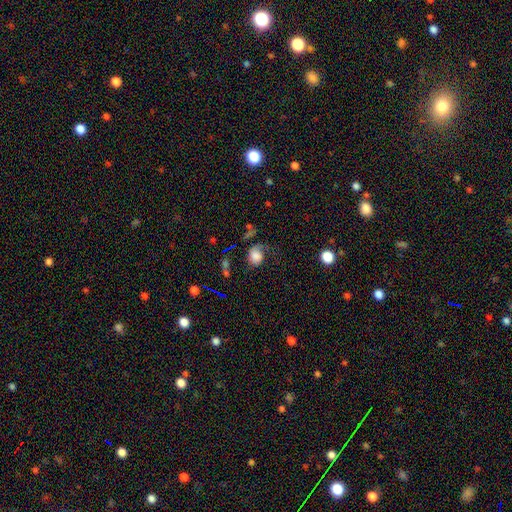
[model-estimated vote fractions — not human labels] This appears to be a smooth galaxy with no disk features (60%) that is round (59%). Merging: major disturbance (40%).